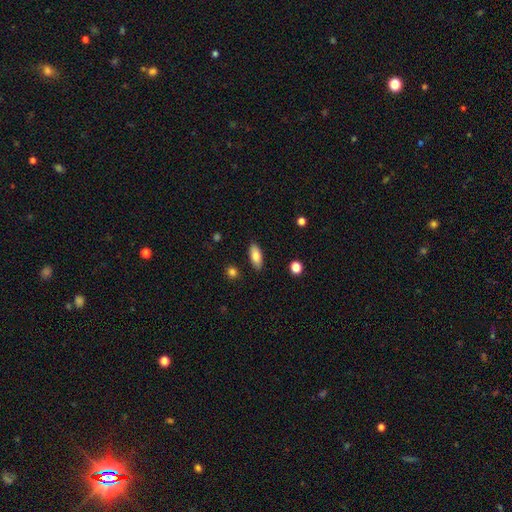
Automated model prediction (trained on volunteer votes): smooth 81%, featured or disk 12%, star or artifact 7%. Down the decision tree: how rounded — in between (82%); merging — none (87%).